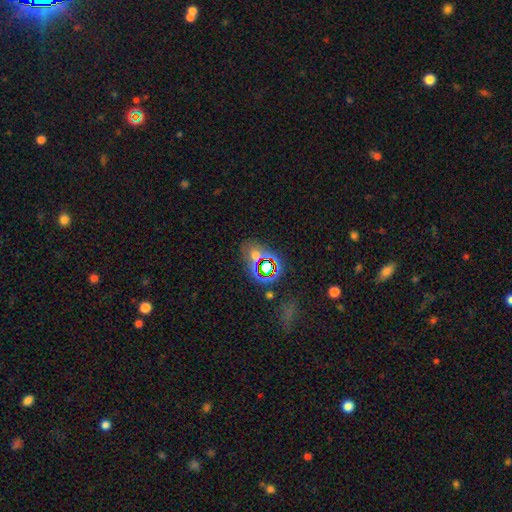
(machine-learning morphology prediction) Smooth or featured? star or artifact (47%)